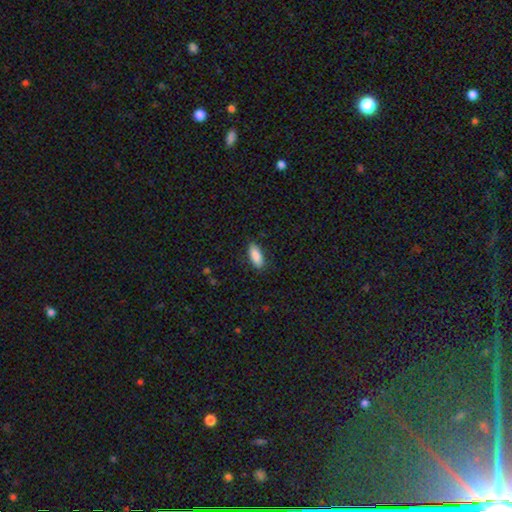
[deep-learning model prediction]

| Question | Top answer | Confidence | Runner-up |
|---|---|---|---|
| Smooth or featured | smooth | 89% | star or artifact (6%) |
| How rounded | in between | 80% | cigar-shaped (18%) |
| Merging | none | 86% | minor disturbance (10%) |